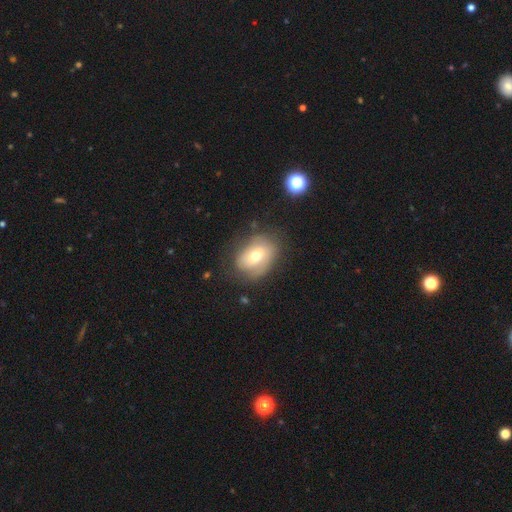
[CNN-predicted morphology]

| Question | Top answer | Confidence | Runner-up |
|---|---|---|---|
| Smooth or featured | smooth | 51% | featured or disk (41%) |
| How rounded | in between | 75% | round (24%) |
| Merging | none | 66% | minor disturbance (23%) |